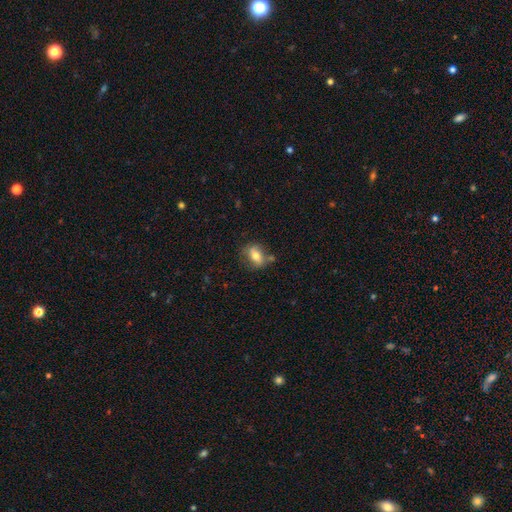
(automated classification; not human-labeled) A smooth galaxy with no disk features (66%) that is in between round and cigar-shaped (72%).

Vote fractions:
- Smooth or featured? smooth: 66% / featured or disk: 26% / star or artifact: 8%
- How rounded? in between: 72% / round: 23% / cigar-shaped: 5%
- Merging? none: 64% / minor disturbance: 20% / merger: 9% / major disturbance: 7%